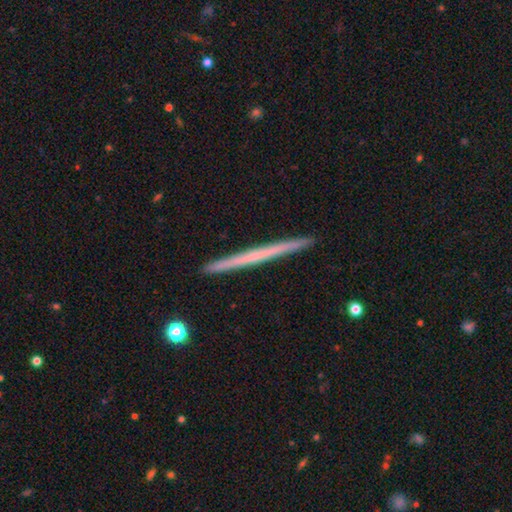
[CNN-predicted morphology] type=featured or disk (54%); edge-on=yes (98%); edge-on bulge=none (90%); merging=none (93%).